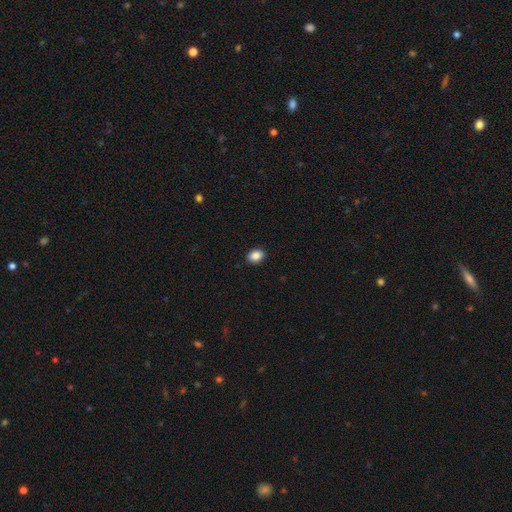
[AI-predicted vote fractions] smooth-or-featured: smooth: 87% | star or artifact: 9% | featured or disk: 4%
  how-rounded: in between: 67% | round: 32% | cigar-shaped: 1%
  merging: none: 91% | minor disturbance: 7% | major disturbance: 2% | merger: 1%